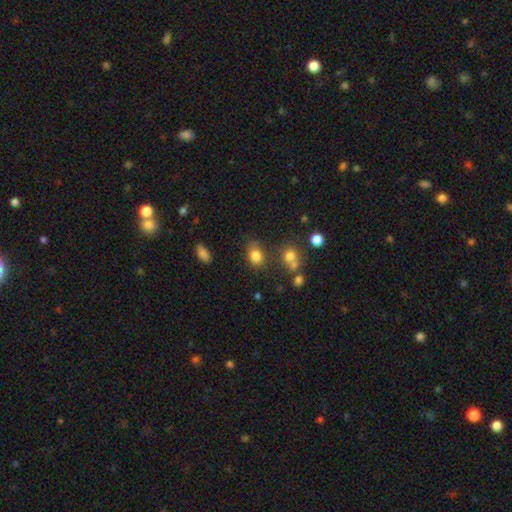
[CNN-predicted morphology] smooth-or-featured: smooth: 81% | star or artifact: 12% | featured or disk: 7%
  how-rounded: in between: 59% | round: 39% | cigar-shaped: 1%
  merging: none: 63% | minor disturbance: 20% | merger: 10% | major disturbance: 7%